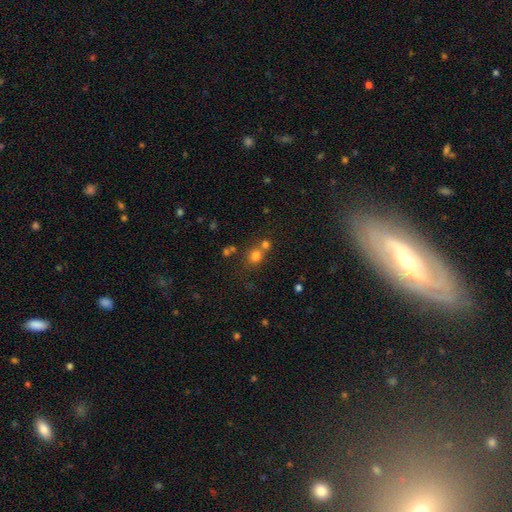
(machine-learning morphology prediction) Smooth or featured?
  - smooth: 74% *
  - star or artifact: 17%
  - featured or disk: 9%
How rounded?
  - round: 79% *
  - in between: 20%
  - cigar-shaped: 1%
Merging?
  - none: 50% *
  - merger: 38%
  - minor disturbance: 8%
  - major disturbance: 4%